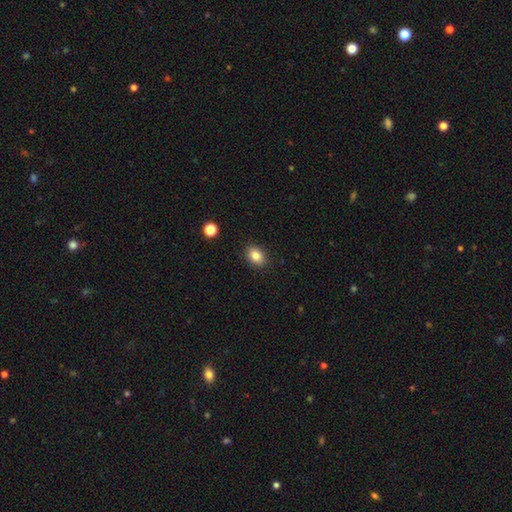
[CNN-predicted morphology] smooth_or_featured: smooth (p=0.83) [alt: star or artifact p=0.09]
how_rounded: in between (p=0.69) [alt: round p=0.30]
merging: none (p=0.89) [alt: minor disturbance p=0.08]